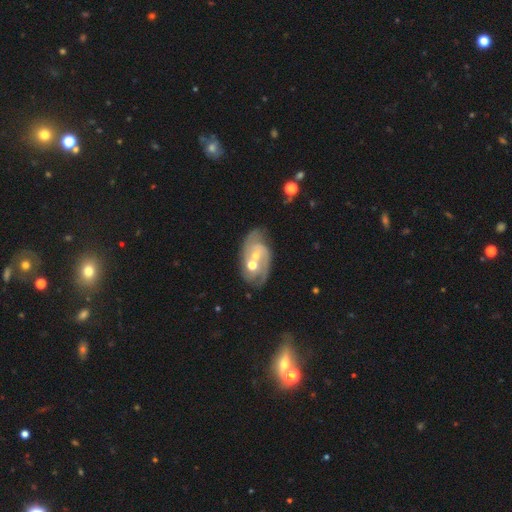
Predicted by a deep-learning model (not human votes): The model was most divided on "spiral winding": medium: 43%, tight: 40%, loose: 17%. Remaining: edge-on disk — no (96%); spiral arms — yes (90%); smooth or featured — featured or disk (79%); spiral arm count — 2 (68%); bar — no (60%); bulge size — moderate (51%); merging — none (42%).